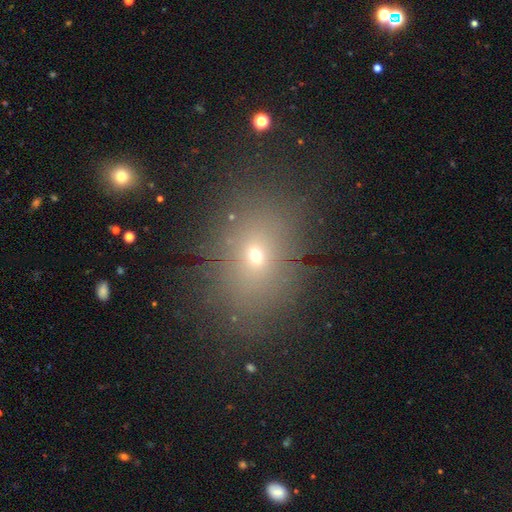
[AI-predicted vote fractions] Q: Smooth or featured?
A: smooth (58%); runner-up: star or artifact (26%)
Q: How rounded?
A: in between (57%); runner-up: round (41%)
Q: Merging?
A: none (77%); runner-up: minor disturbance (13%)